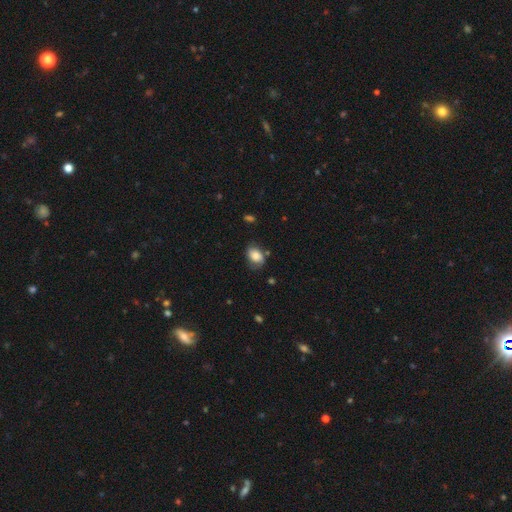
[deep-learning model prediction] Smooth or featured: smooth — 71% (featured or disk — 20%)
How rounded: in between — 73% (round — 25%)
Merging: none — 57% (minor disturbance — 29%)